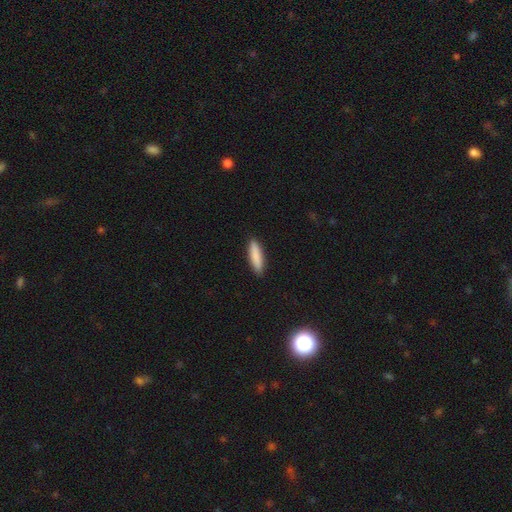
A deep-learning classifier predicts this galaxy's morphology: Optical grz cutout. It shows a smooth galaxy with no disk features (87%) that is cigar-shaped (73%). Merging: none (90%).